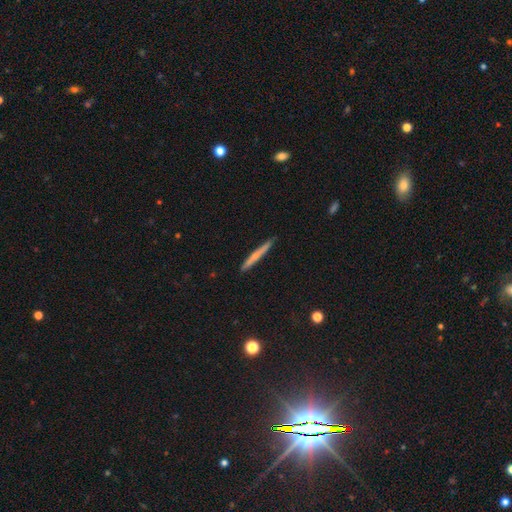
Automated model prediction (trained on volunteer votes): This appears to be a smooth galaxy with no disk features (48%). Merging: none (89%).